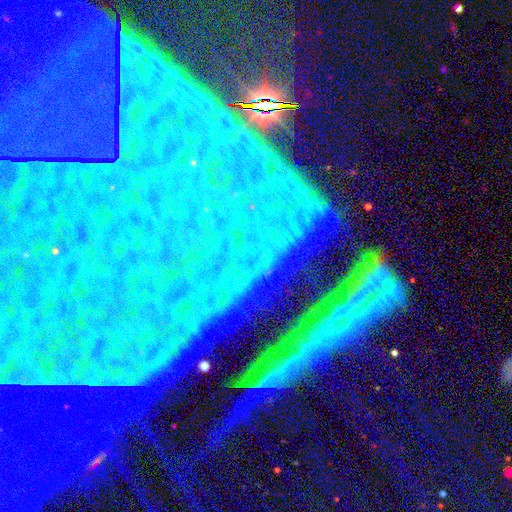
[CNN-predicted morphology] A star or artifact, not a galaxy (84%).

Vote fractions:
- Smooth or featured? star or artifact: 84% / featured or disk: 9% / smooth: 7%